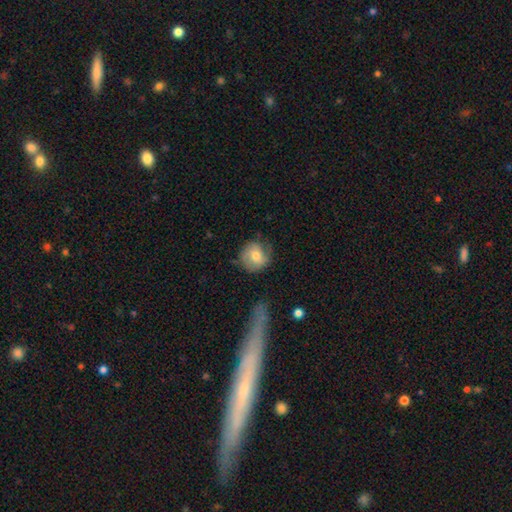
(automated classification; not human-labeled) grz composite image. It shows a smooth galaxy with no disk features (62%) that is round (87%). Merging: none (70%).